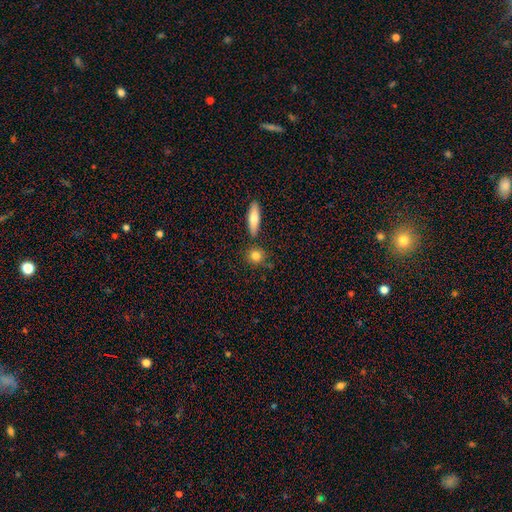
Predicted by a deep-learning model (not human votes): Q: Smooth or featured?
A: smooth (82%); runner-up: featured or disk (10%)
Q: How rounded?
A: round (75%); runner-up: in between (20%)
Q: Merging?
A: none (78%); runner-up: minor disturbance (10%)